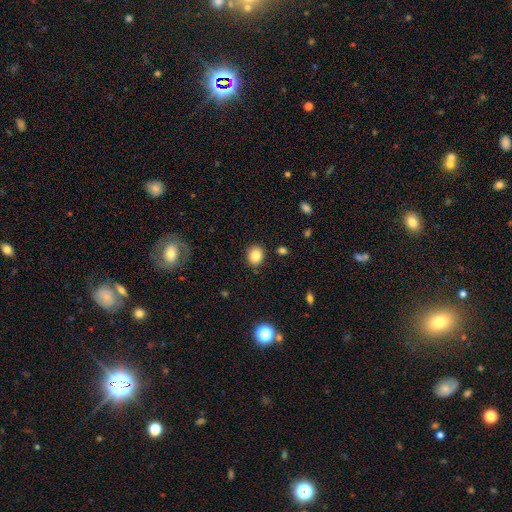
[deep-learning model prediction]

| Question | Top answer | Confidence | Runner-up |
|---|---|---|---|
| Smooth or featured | smooth | 83% | star or artifact (11%) |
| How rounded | round | 73% | in between (26%) |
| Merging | none | 87% | minor disturbance (8%) |